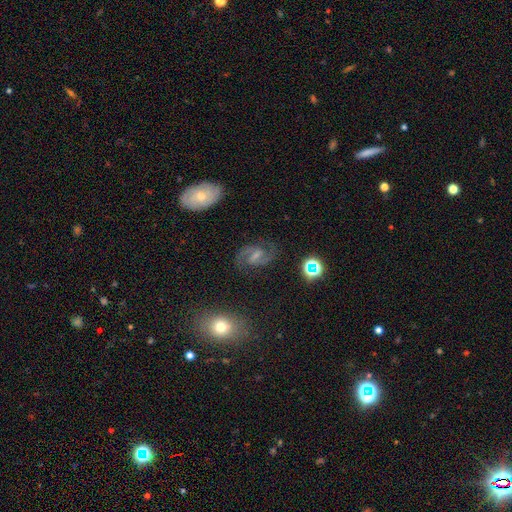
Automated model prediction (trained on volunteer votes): The model was most divided on "bulge size": small: 45%, moderate: 25%, none: 25%, large: 3%, dominant: 1%. More confident: edge-on disk — no (98%); spiral arms — yes (97%); spiral arm count — 2 (93%); smooth or featured — featured or disk (84%); merging — none (79%); spiral winding — medium (58%); bar — weak (52%).